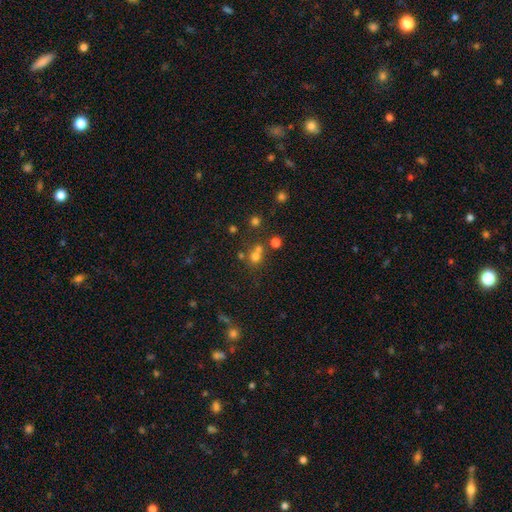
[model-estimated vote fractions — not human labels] This is likely a smooth galaxy (61%). How rounded: clearly round (82%). Merging: possibly none (51%).